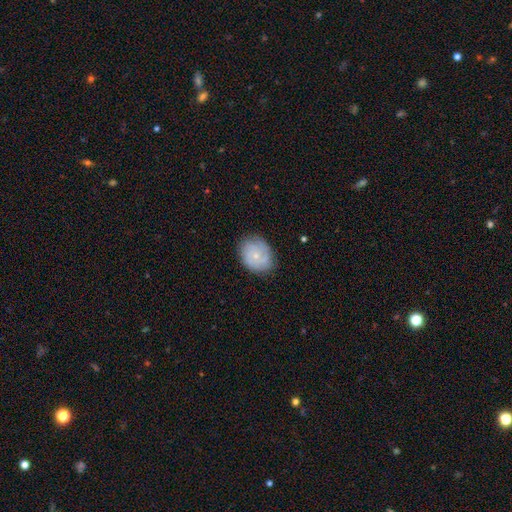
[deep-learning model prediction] Smooth or featured: featured or disk — 51% (smooth — 41%)
Edge-on disk: no — 97% (yes — 3%)
Merging: none — 78% (minor disturbance — 17%)